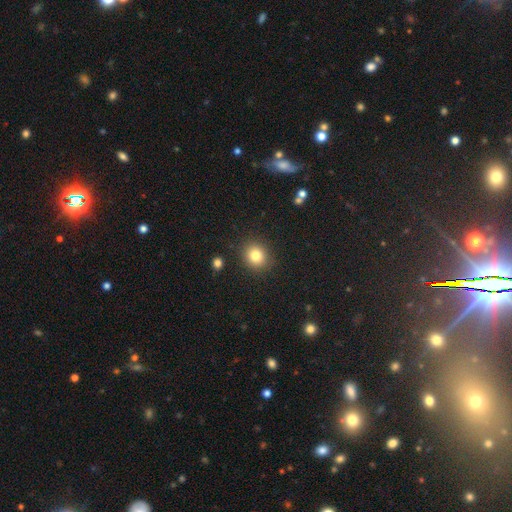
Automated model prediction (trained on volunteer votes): Smooth or featured? smooth (81%)
How rounded? round (84%)
Merging? none (89%)